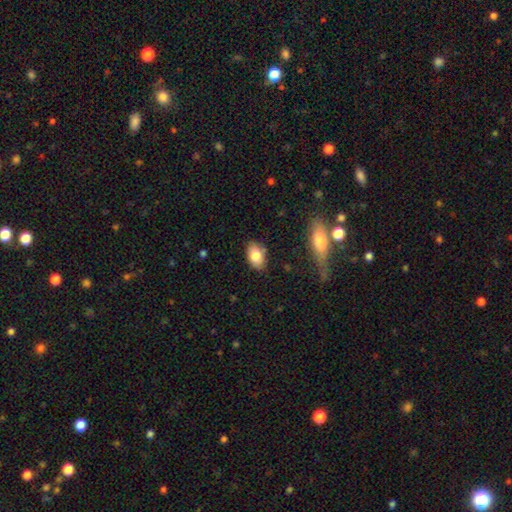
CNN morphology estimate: smooth 82%, featured or disk 11%, star or artifact 7%. Down the decision tree: how rounded — in between (90%); merging — none (82%).